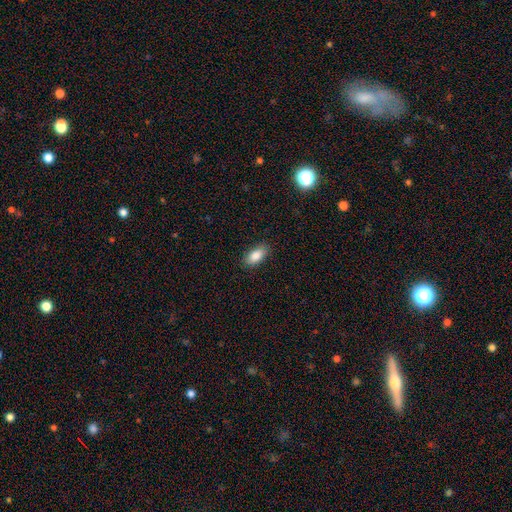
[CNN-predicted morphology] type=smooth (86%); roundness=in between (91%); merging=none (87%).